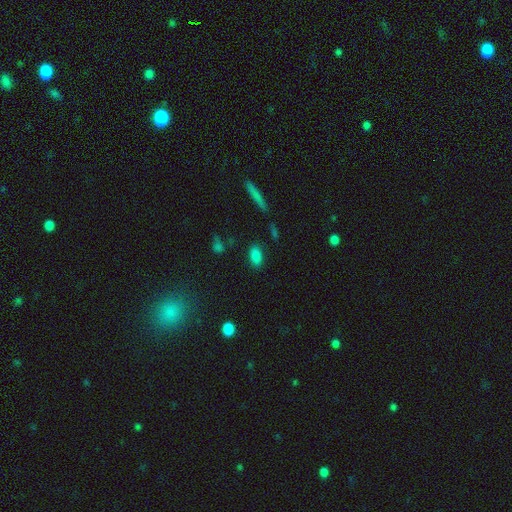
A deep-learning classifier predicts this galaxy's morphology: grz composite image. It shows a smooth galaxy with no disk features (84%) that is in between round and cigar-shaped (89%). Merging: none (84%).